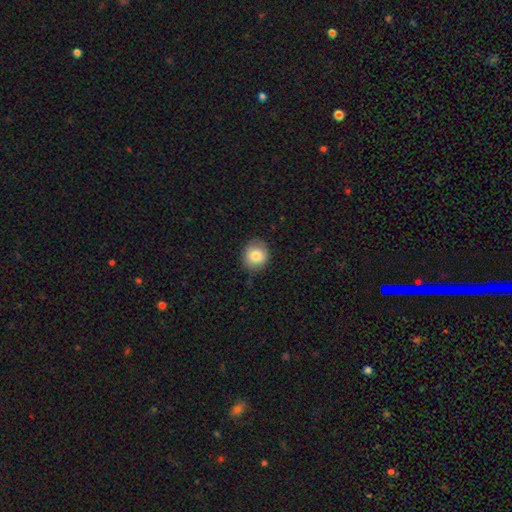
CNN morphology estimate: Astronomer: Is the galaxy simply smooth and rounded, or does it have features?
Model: smooth — 82%.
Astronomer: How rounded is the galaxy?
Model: round — 76%.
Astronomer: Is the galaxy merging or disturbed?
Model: none — 82%.